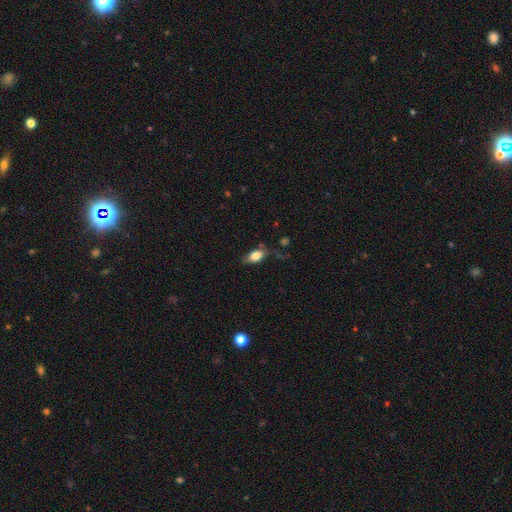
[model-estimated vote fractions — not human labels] Smooth or featured? smooth (79%)
How rounded? in between (89%)
Merging? none (60%)